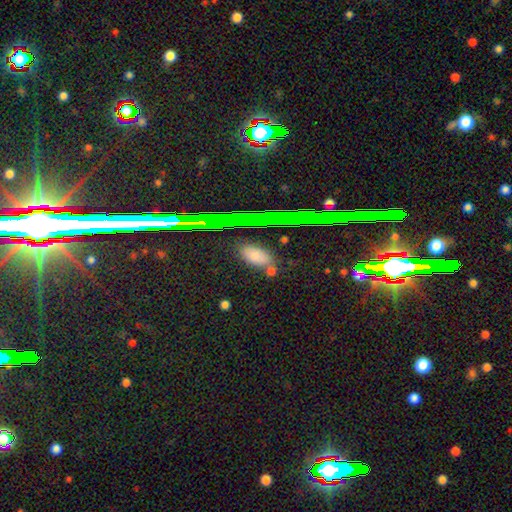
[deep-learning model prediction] Smooth or featured?
  - smooth: 73% *
  - star or artifact: 19%
  - featured or disk: 7%
How rounded?
  - in between: 85% *
  - round: 8%
  - cigar-shaped: 7%
Merging?
  - none: 77% *
  - minor disturbance: 12%
  - merger: 7%
  - major disturbance: 4%